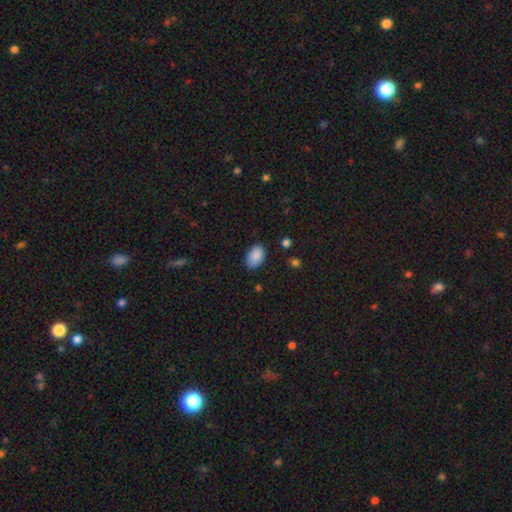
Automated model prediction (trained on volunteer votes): Smooth or featured? smooth (89%)
How rounded? in between (90%)
Merging? none (81%)